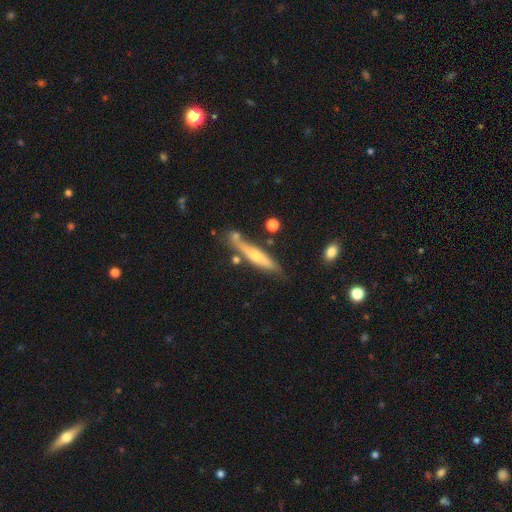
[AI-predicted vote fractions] smooth-or-featured: featured or disk: 51% | smooth: 43% | star or artifact: 6%
  disk-edge-on: yes: 88% | no: 12%
  merging: none: 65% | minor disturbance: 20% | merger: 10% | major disturbance: 5%